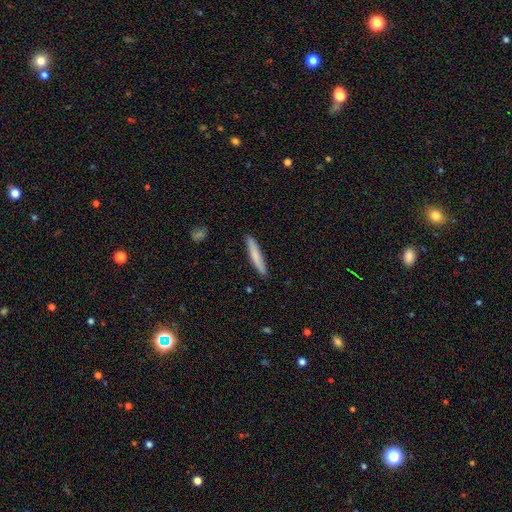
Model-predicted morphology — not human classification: Q: Smooth or featured?
A: smooth (75%); runner-up: featured or disk (20%)
Q: How rounded?
A: cigar-shaped (94%); runner-up: in between (4%)
Q: Merging?
A: none (90%); runner-up: minor disturbance (8%)